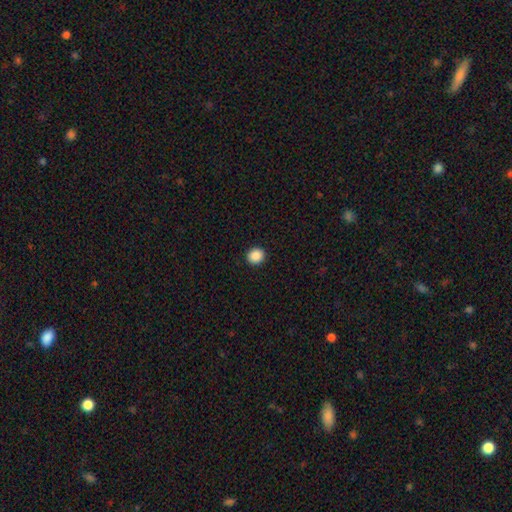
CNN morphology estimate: smooth_or_featured: smooth (p=0.88) [alt: star or artifact p=0.09]
how_rounded: round (p=0.85) [alt: in between p=0.14]
merging: none (p=0.93) [alt: minor disturbance p=0.05]